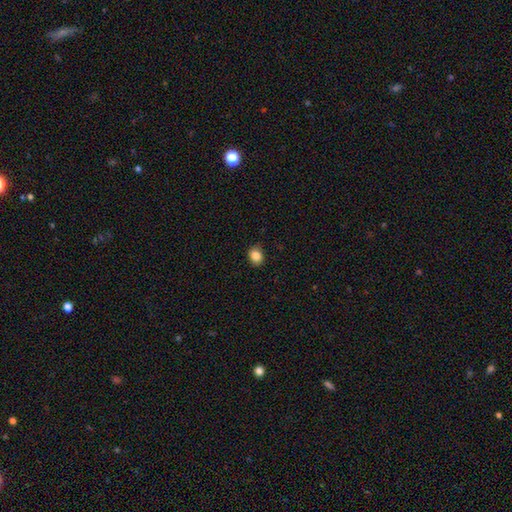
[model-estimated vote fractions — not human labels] The model was most divided on "how rounded": round: 55%, in between: 44%, cigar-shaped: 1%. More confident: smooth or featured — smooth (86%); merging — none (82%).